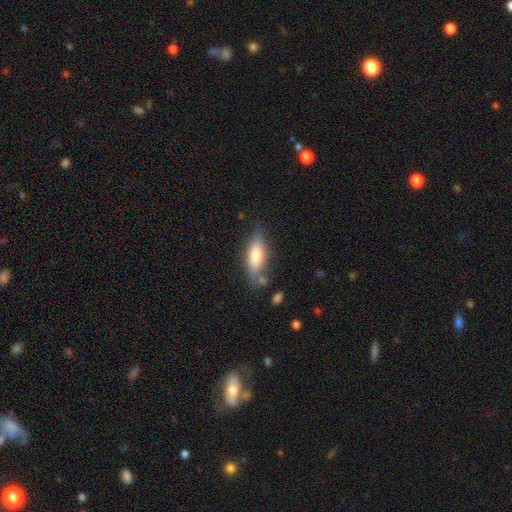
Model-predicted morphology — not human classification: smooth 68%, featured or disk 26%, star or artifact 7%. Down the decision tree: how rounded — in between (59%); merging — none (68%).